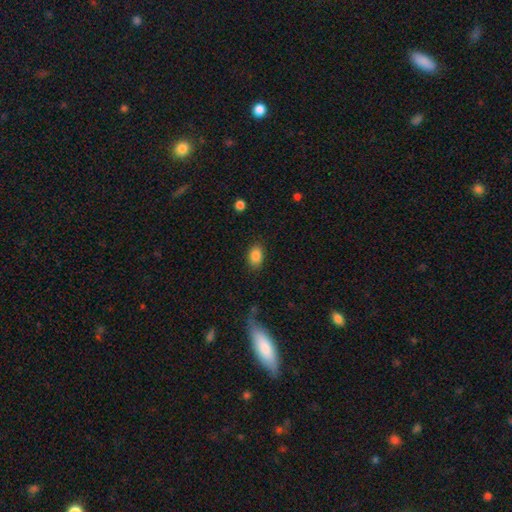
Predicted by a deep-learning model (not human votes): Smooth or featured? Predicted: smooth (p=0.86). How rounded? Predicted: in between (p=0.82). Merging? Predicted: none (p=0.85).